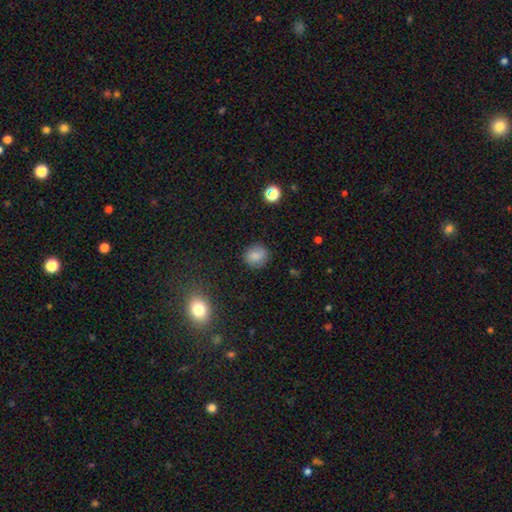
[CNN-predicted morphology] Smooth or featured? smooth (80%)
How rounded? round (81%)
Merging? none (84%)